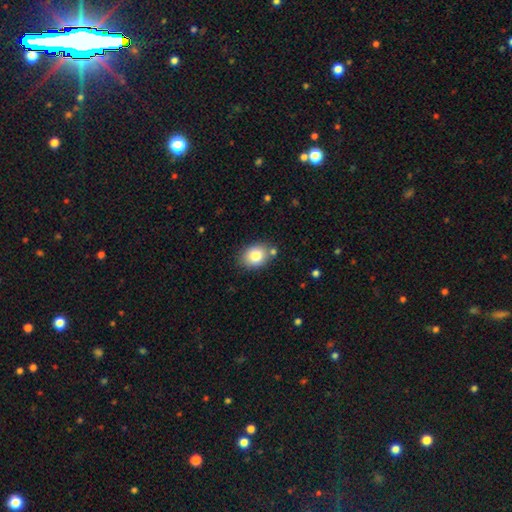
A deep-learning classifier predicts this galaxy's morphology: smooth_or_featured: smooth (p=0.81) [alt: featured or disk p=0.10]
how_rounded: in between (p=0.52) [alt: round p=0.47]
merging: none (p=0.78) [alt: minor disturbance p=0.12]